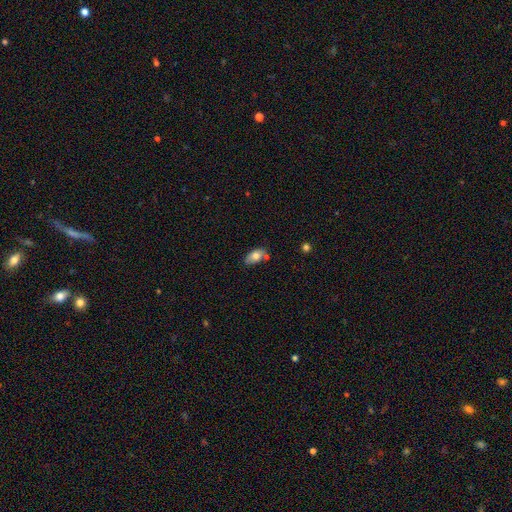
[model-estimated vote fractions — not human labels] Smooth or featured: smooth — 73% (featured or disk — 19%)
How rounded: in between — 90% (round — 6%)
Merging: none — 63% (minor disturbance — 20%)